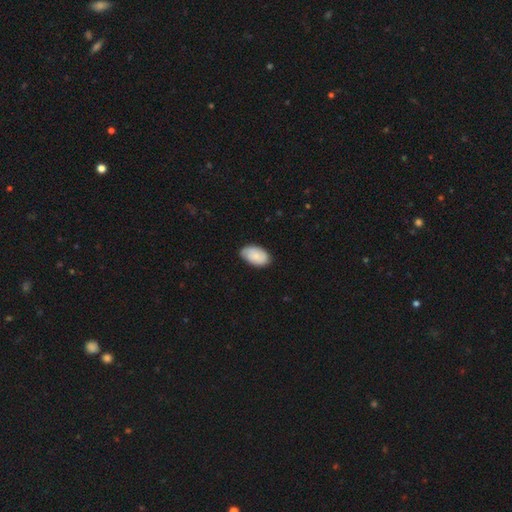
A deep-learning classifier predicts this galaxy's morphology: Overall: smooth (72%). How rounded: in between (93%). Merging: none (77%).